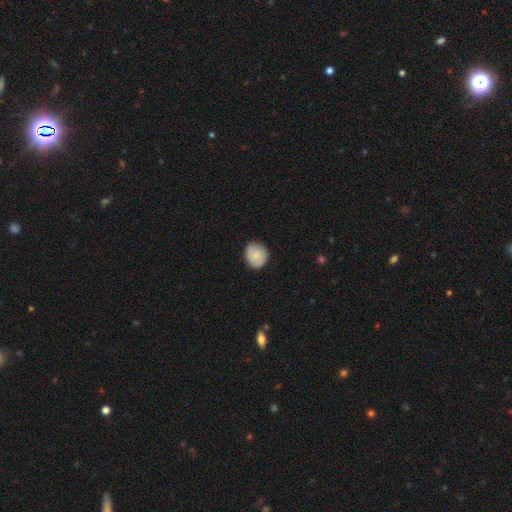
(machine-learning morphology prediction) Overall: smooth (68%). How rounded: round (69%; in between 30%). Merging: none (81%).